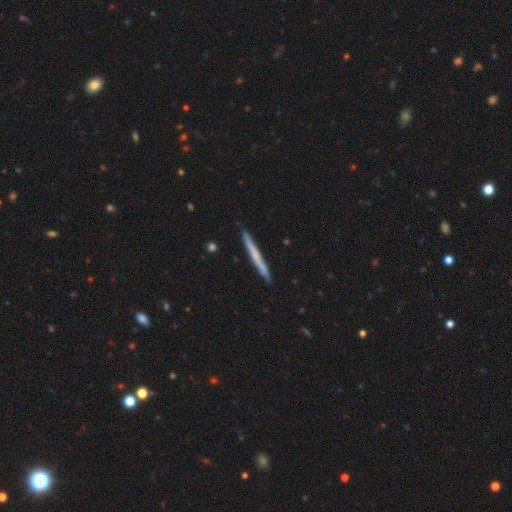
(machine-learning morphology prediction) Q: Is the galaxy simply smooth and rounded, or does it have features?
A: smooth — 53%.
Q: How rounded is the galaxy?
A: cigar-shaped — 97%.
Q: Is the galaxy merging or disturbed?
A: none — 91%.